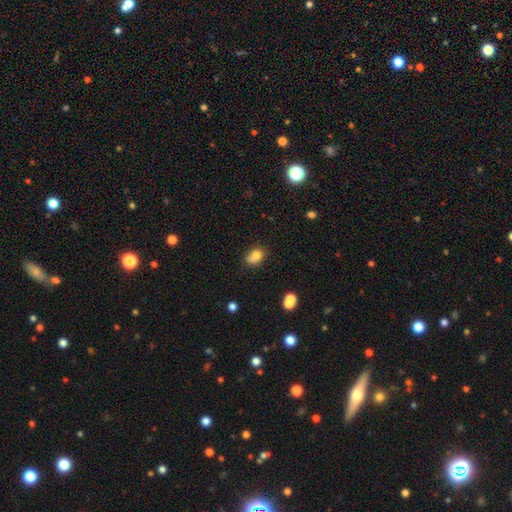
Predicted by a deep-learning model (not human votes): Smooth or featured? smooth (78%)
How rounded? in between (68%)
Merging? none (51%)